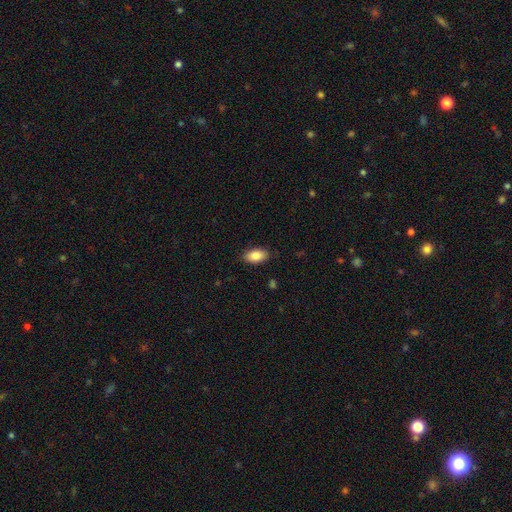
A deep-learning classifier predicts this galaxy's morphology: Smooth or featured: smooth — 87% (star or artifact — 7%)
How rounded: in between — 93% (round — 4%)
Merging: none — 87% (minor disturbance — 10%)